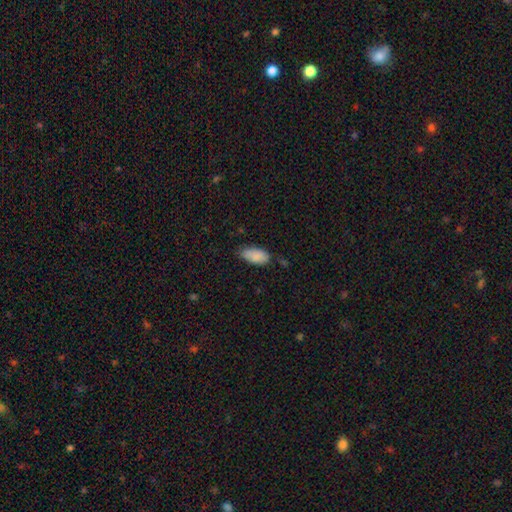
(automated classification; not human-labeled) Overall: smooth (88%). How rounded: in between (92%). Merging: none (67%).